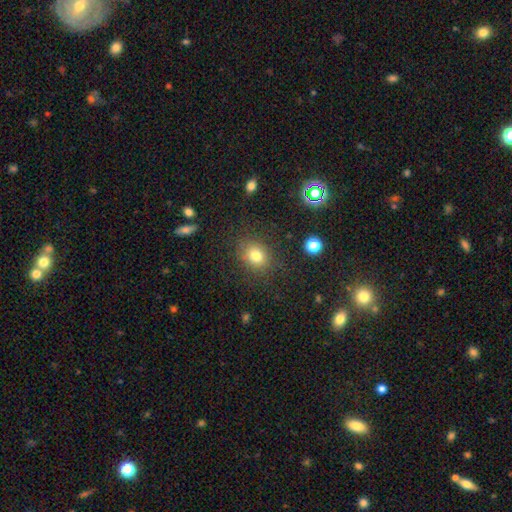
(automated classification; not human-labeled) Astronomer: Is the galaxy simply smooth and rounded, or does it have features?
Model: smooth — 79%.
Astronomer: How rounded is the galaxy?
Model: round — 61% (runner-up: in between, 38%).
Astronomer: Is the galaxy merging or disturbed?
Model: none — 83%.